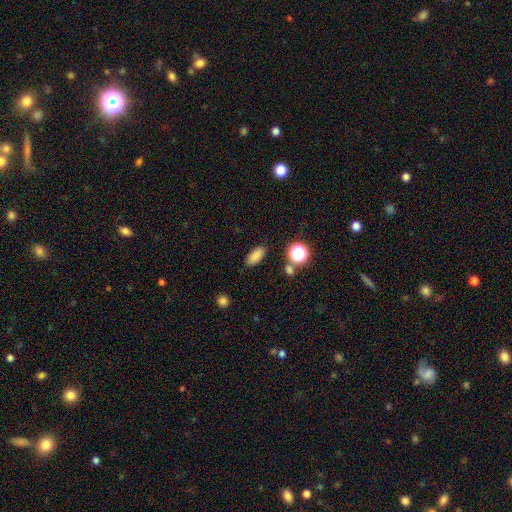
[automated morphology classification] type=smooth (83%); roundness=in between (84%); merging=none (85%).